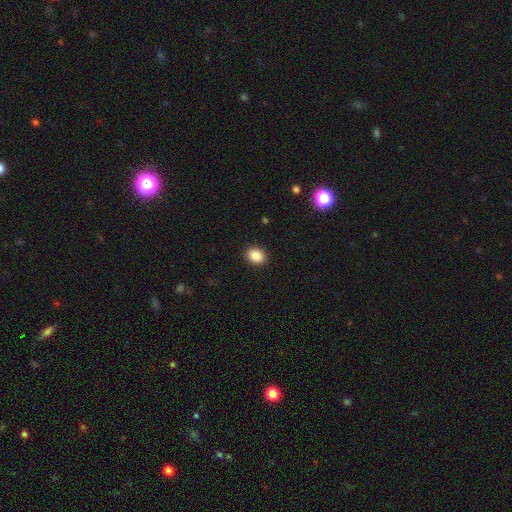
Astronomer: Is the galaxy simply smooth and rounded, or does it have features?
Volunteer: smooth — 92%.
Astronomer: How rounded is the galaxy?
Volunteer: in between — 65%.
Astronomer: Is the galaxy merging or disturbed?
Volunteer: none — 89%.